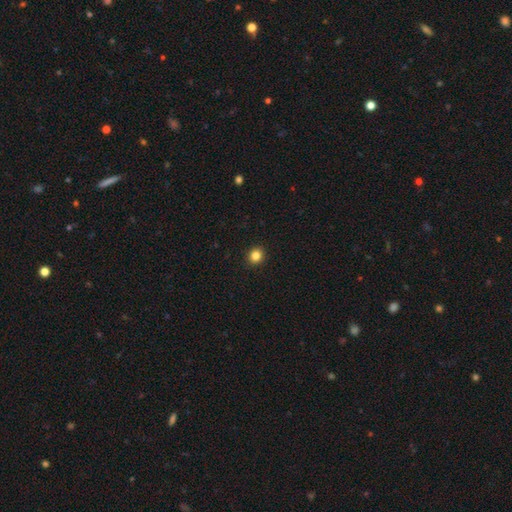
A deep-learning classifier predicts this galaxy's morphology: Q: Smooth or featured?
A: smooth (84%); runner-up: star or artifact (11%)
Q: How rounded?
A: round (86%); runner-up: in between (13%)
Q: Merging?
A: none (93%); runner-up: minor disturbance (4%)